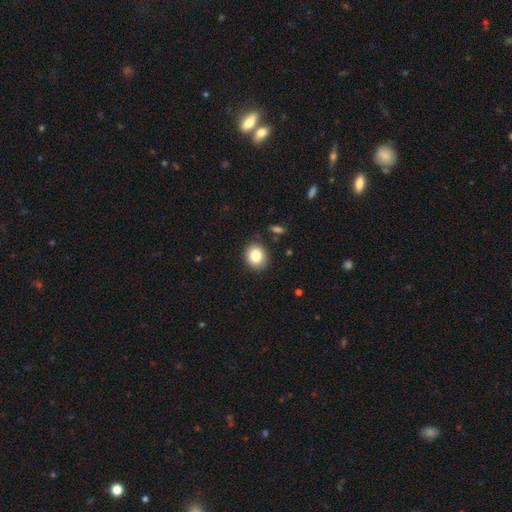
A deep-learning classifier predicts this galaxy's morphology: A smooth galaxy with no disk features (85%) that is round (67%).

Vote fractions:
- Smooth or featured? smooth: 85% / star or artifact: 9% / featured or disk: 6%
- How rounded? round: 67% / in between: 32% / cigar-shaped: 1%
- Merging? none: 85% / minor disturbance: 10% / major disturbance: 3% / merger: 2%